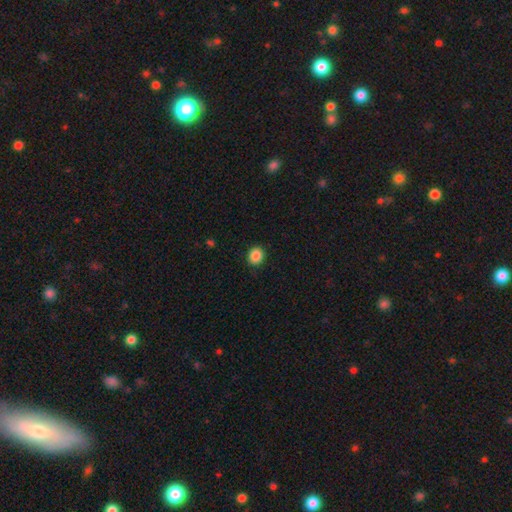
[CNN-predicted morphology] Smooth or featured: smooth — 88% (star or artifact — 9%)
How rounded: round — 74% (in between — 25%)
Merging: none — 90% (minor disturbance — 7%)